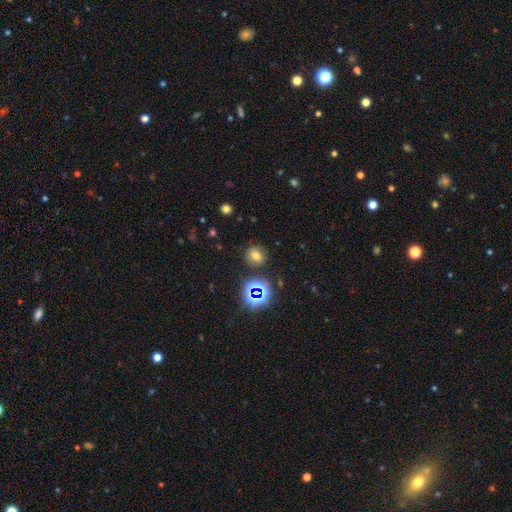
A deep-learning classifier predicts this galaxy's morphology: Smooth or featured? smooth (65%)
How rounded? round (73%)
Merging? none (84%)